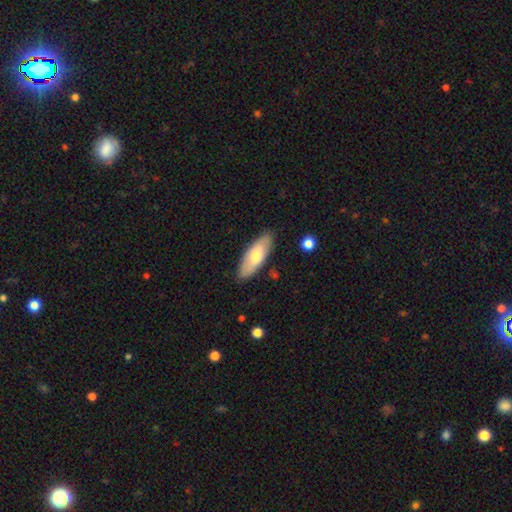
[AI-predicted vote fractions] smooth 65%, featured or disk 30%, star or artifact 5%. Down the decision tree: how rounded — in between (69%); merging — none (86%).